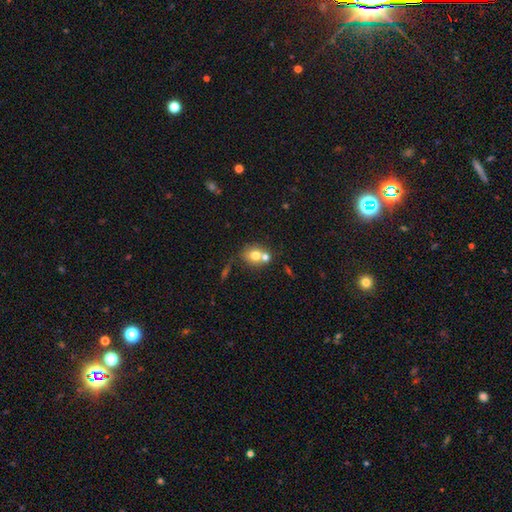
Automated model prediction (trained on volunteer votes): smooth-or-featured: smooth: 72% | featured or disk: 17% | star or artifact: 11%
  how-rounded: round: 72% | in between: 27% | cigar-shaped: 1%
  merging: merger: 44% | none: 43% | minor disturbance: 9% | major disturbance: 4%